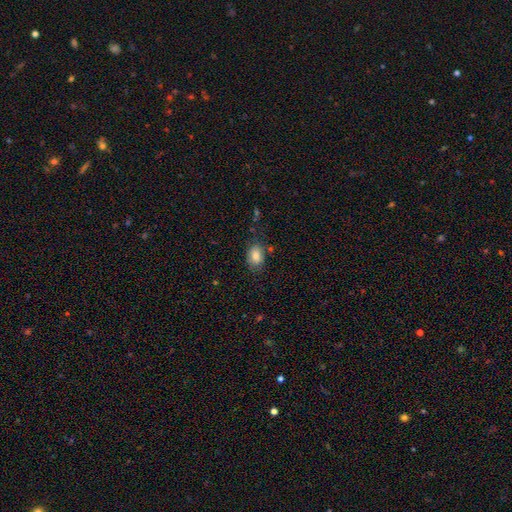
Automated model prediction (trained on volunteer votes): Smooth or featured? Predicted: smooth (p=0.83). How rounded? Predicted: in between (p=0.80). Merging? Predicted: none (p=0.74).